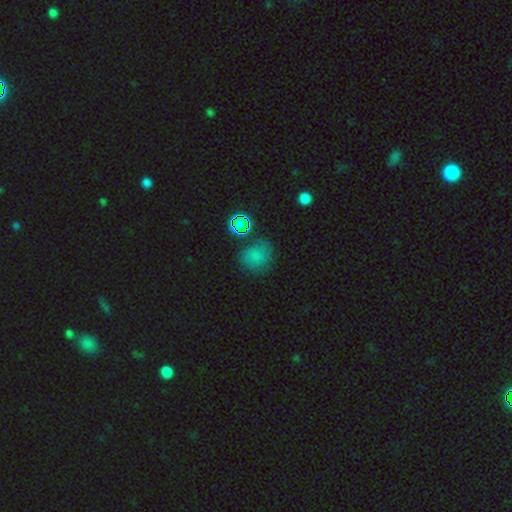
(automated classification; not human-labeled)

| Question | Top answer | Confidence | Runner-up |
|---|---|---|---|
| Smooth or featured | smooth | 66% | star or artifact (23%) |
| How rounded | round | 74% | in between (24%) |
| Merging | none | 64% | minor disturbance (20%) |